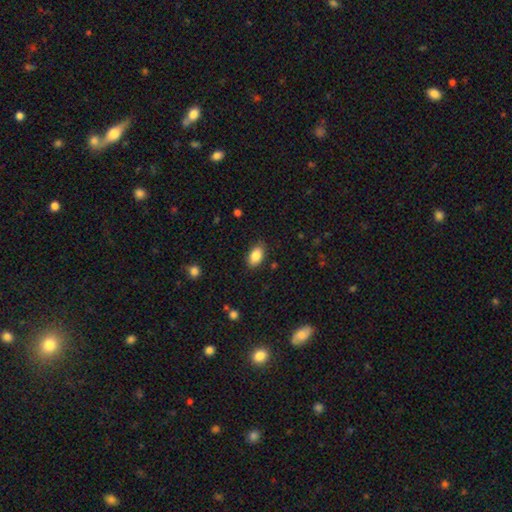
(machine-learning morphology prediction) smooth_or_featured: smooth (p=0.86) [alt: star or artifact p=0.07]
how_rounded: in between (p=0.92) [alt: round p=0.06]
merging: none (p=0.83) [alt: minor disturbance p=0.13]